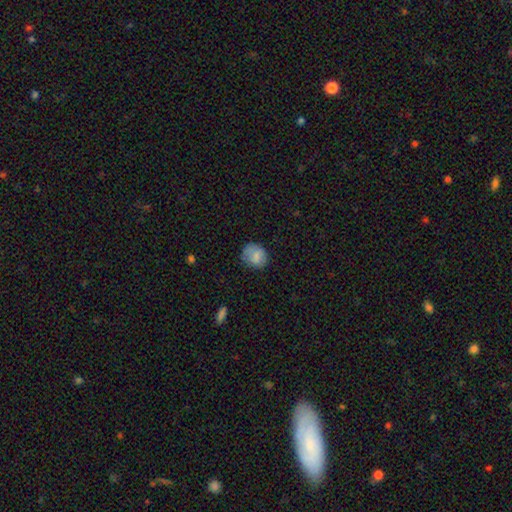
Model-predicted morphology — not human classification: Smooth or featured: smooth — 80% (featured or disk — 12%)
How rounded: round — 65% (in between — 34%)
Merging: none — 68% (minor disturbance — 23%)